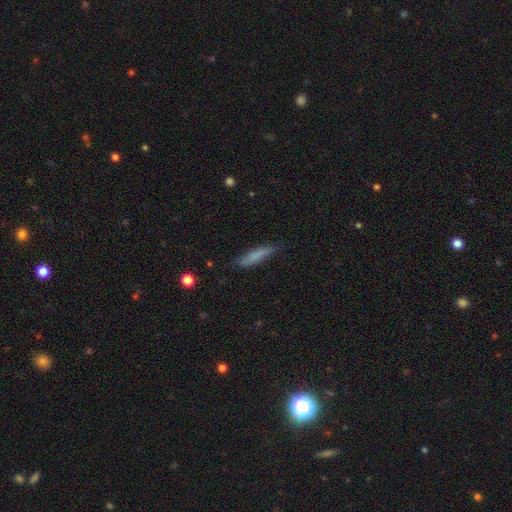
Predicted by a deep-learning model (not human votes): Smooth or featured? Predicted: smooth (p=0.77). How rounded? Predicted: cigar-shaped (p=0.84). Merging? Predicted: none (p=0.79).